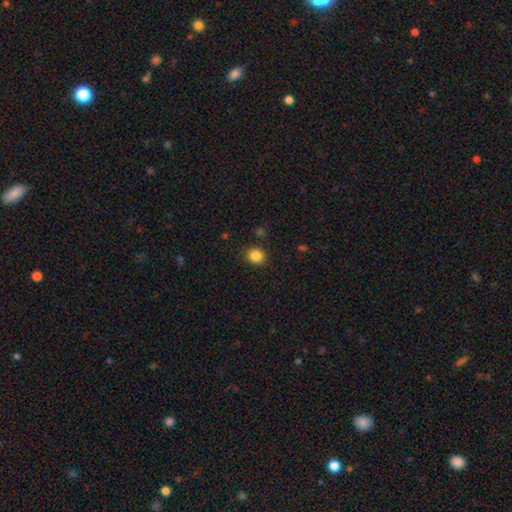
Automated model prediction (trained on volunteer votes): This appears to be a smooth galaxy with no disk features (85%) that is round (80%). Merging: none (88%).